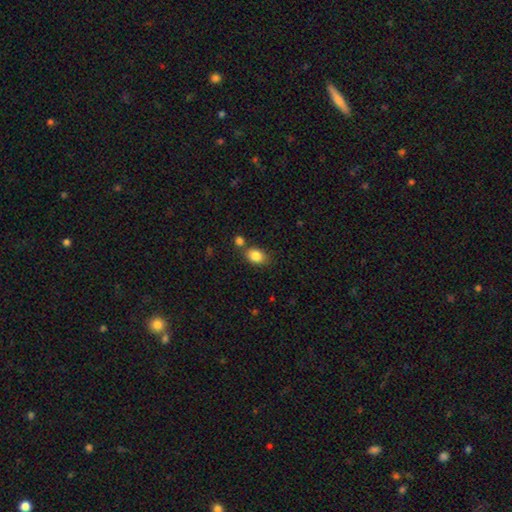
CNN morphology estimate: This appears to be a smooth galaxy with no disk features (85%) that is in between round and cigar-shaped (74%). Merging: none (65%).